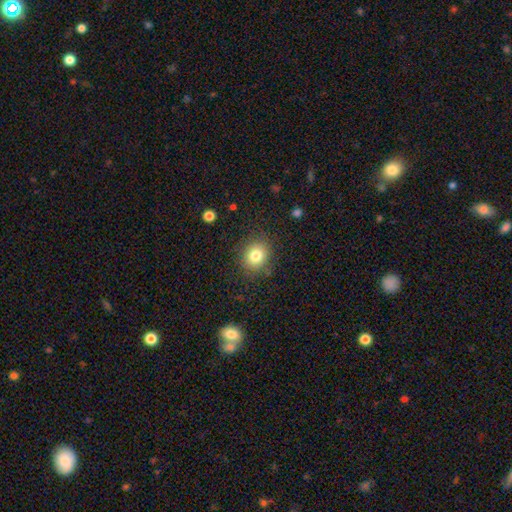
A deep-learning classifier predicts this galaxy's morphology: Smooth or featured: smooth — 80% (star or artifact — 11%)
How rounded: round — 74% (in between — 25%)
Merging: none — 85% (minor disturbance — 10%)